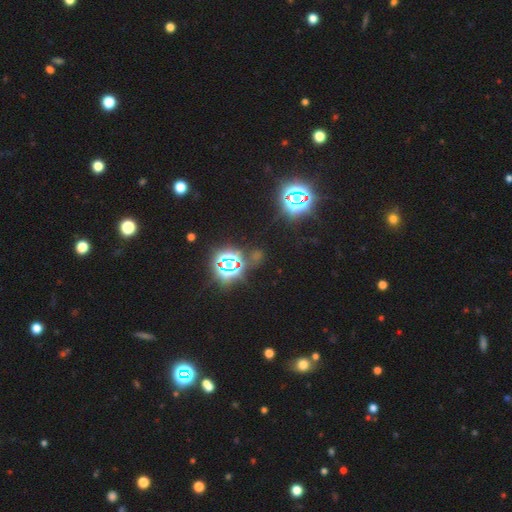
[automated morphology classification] Q: Smooth or featured?
A: star or artifact (78%); runner-up: smooth (15%)